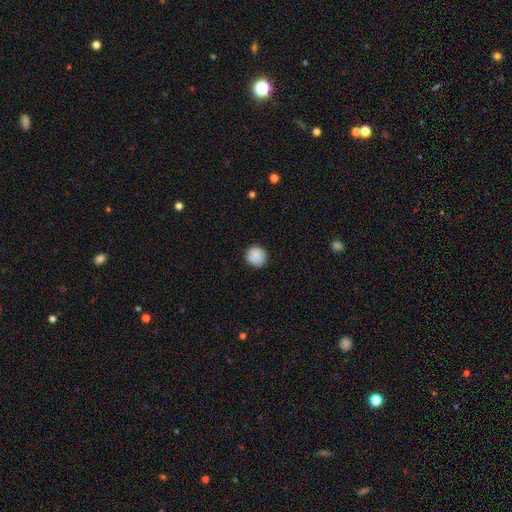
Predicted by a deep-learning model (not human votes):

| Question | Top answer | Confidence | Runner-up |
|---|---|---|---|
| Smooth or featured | smooth | 89% | star or artifact (8%) |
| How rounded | round | 94% | in between (5%) |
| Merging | none | 91% | minor disturbance (7%) |